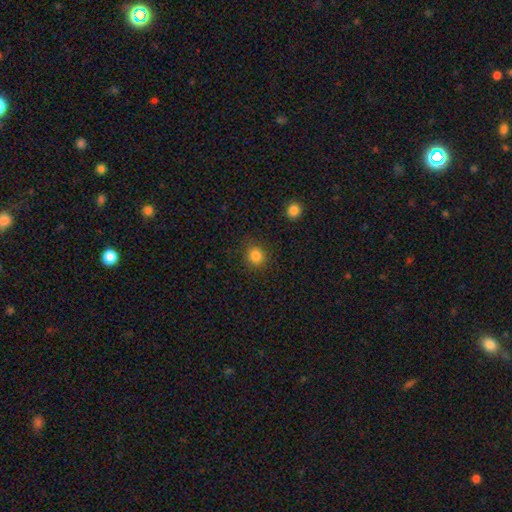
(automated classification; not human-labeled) smooth 84%, star or artifact 12%, featured or disk 4%. Down the decision tree: how rounded — round (88%); merging — none (87%).